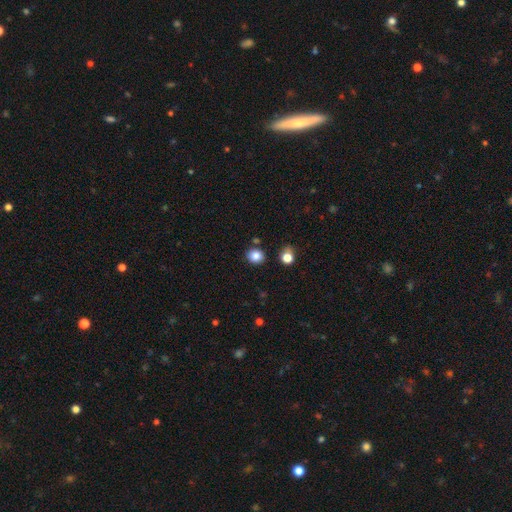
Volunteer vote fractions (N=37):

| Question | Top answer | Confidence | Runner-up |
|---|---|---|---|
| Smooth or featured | smooth | 81% | featured or disk (11%) |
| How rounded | round | 67% | in between (33%) |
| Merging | none | 76% | merger (15%) |